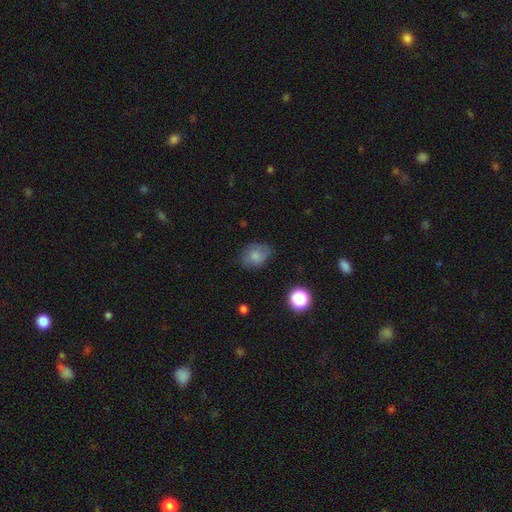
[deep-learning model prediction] Overall: smooth (68%). How rounded: in between (60%; round 39%). Merging: none (67%).